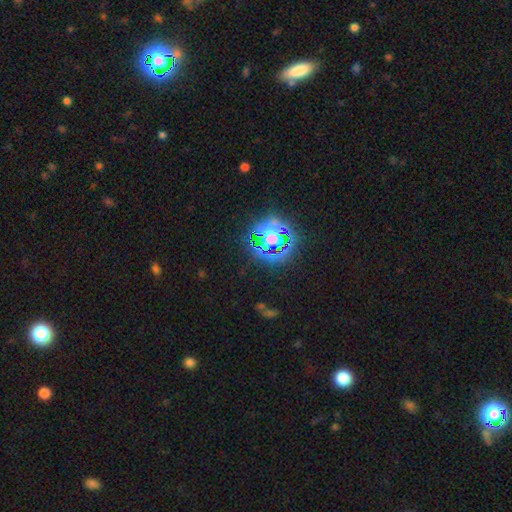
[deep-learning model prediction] star or artifact 79%, smooth 14%, featured or disk 8%.